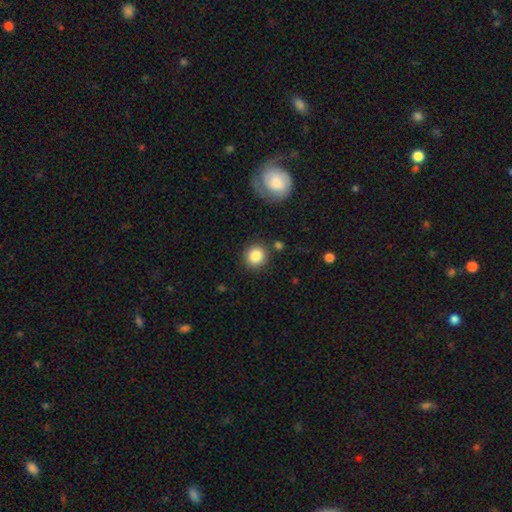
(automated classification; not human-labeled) Smooth or featured? smooth (86%)
How rounded? round (90%)
Merging? none (84%)